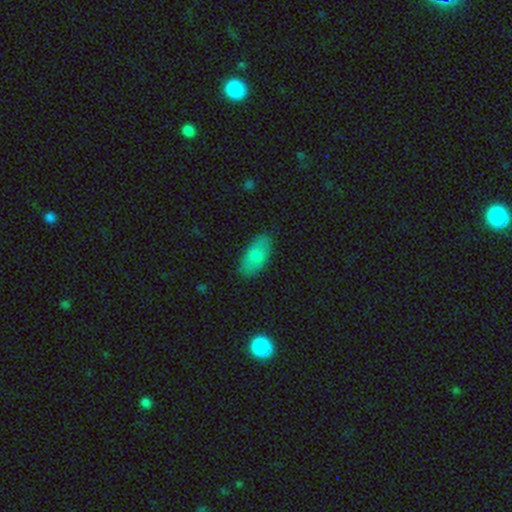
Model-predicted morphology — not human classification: This is likely a smooth galaxy (78%). How rounded: clearly in between (90%). Merging: clearly none (84%).